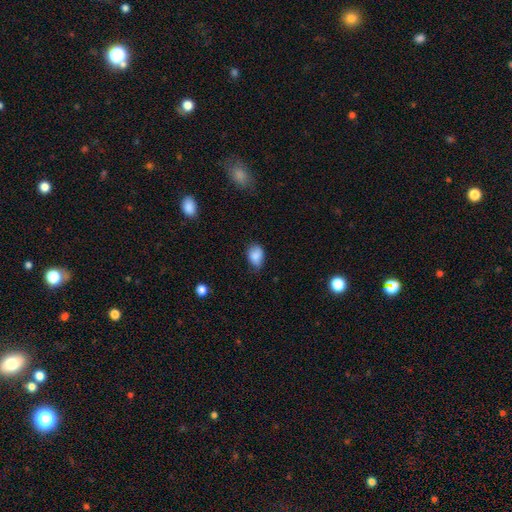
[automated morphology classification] Smooth or featured? smooth (85%)
How rounded? in between (78%)
Merging? none (60%)